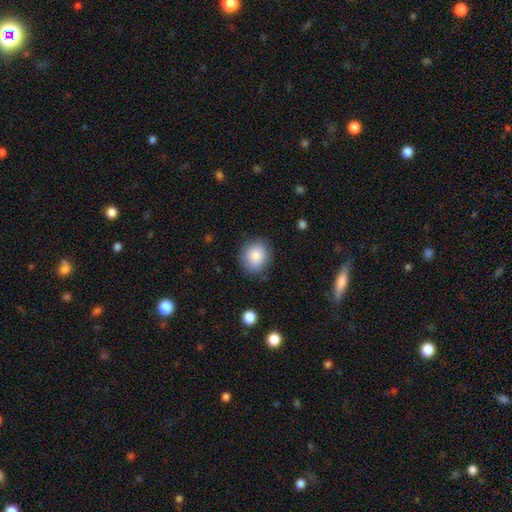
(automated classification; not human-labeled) Smooth or featured: smooth — 83% (star or artifact — 8%)
How rounded: round — 76% (in between — 24%)
Merging: none — 83% (minor disturbance — 12%)